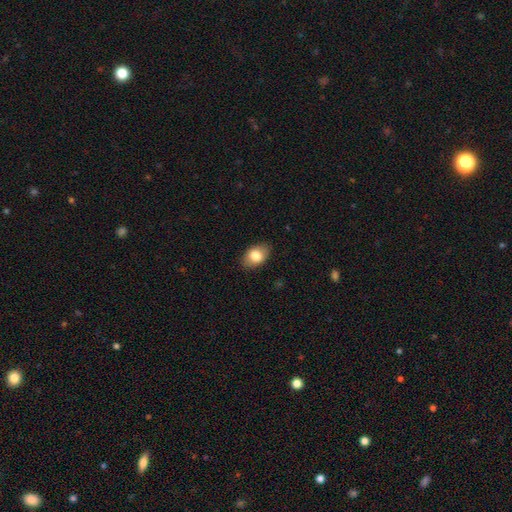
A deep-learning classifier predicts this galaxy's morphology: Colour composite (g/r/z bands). It shows a smooth galaxy with no disk features (80%) that is in between round and cigar-shaped (86%). Merging: none (85%).